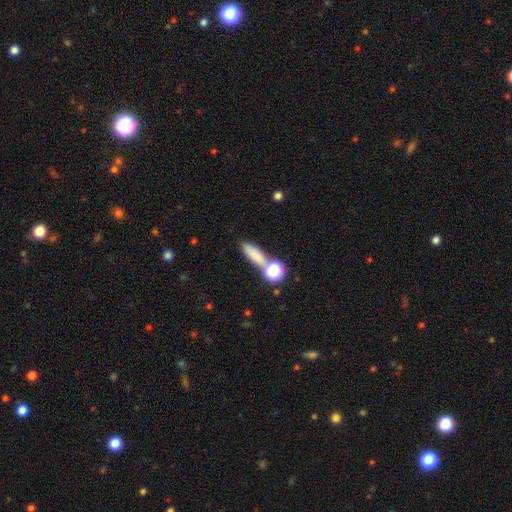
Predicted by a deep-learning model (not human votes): Overall: smooth (77%). How rounded: cigar-shaped (49%; in between 40%). Merging: none (60%; merger 22%).